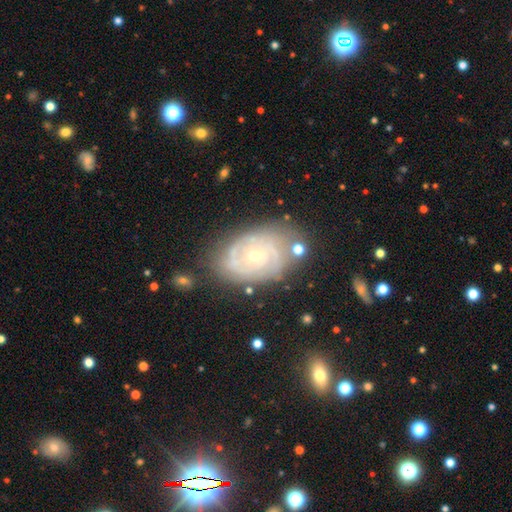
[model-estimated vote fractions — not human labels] This is clearly a featured or disk galaxy (81%). It is clearly not viewed edge-on (96%). Bar: likely no (73%). Spiral arm pattern: clearly yes (90%). Spiral arm count: marginally can't tell (36%). Spiral winding: likely tight (73%). Central bulge: likely small (67%). Merging: likely none (70%).